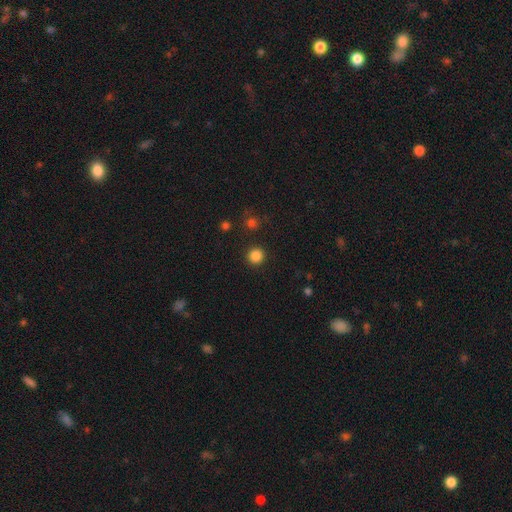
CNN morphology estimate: Smooth or featured?
  - smooth: 85% *
  - star or artifact: 12%
  - featured or disk: 3%
How rounded?
  - round: 95% *
  - in between: 4%
  - cigar-shaped: 1%
Merging?
  - none: 92% *
  - minor disturbance: 5%
  - major disturbance: 2%
  - merger: 1%